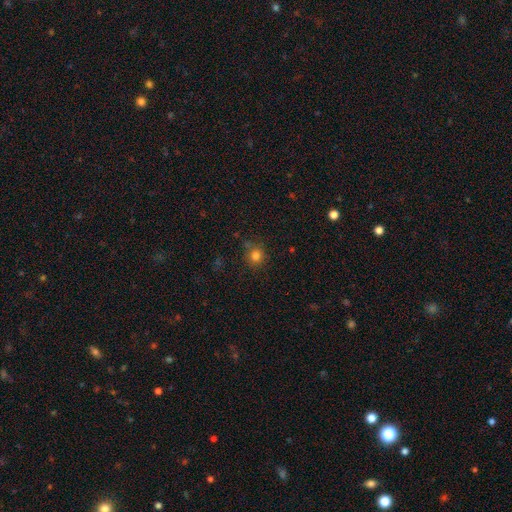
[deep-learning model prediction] Smooth or featured?
  - smooth: 80% *
  - star or artifact: 14%
  - featured or disk: 6%
How rounded?
  - round: 87% *
  - in between: 12%
  - cigar-shaped: 1%
Merging?
  - none: 80% *
  - minor disturbance: 12%
  - merger: 4%
  - major disturbance: 4%